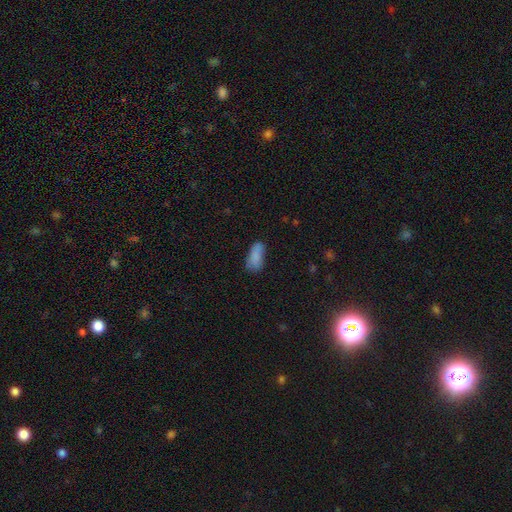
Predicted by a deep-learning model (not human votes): smooth-or-featured: smooth: 83% | star or artifact: 8% | featured or disk: 8%
  how-rounded: in between: 86% | cigar-shaped: 11% | round: 3%
  merging: none: 59% | minor disturbance: 28% | major disturbance: 9% | merger: 4%